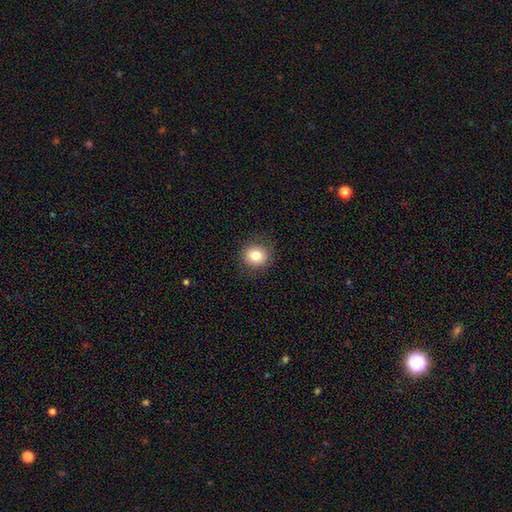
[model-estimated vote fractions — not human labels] smooth_or_featured: smooth (p=0.80) [alt: star or artifact p=0.11]
how_rounded: round (p=0.88) [alt: in between p=0.11]
merging: none (p=0.89) [alt: minor disturbance p=0.08]